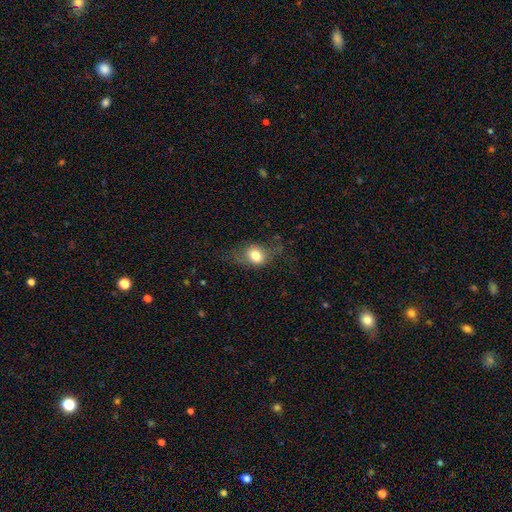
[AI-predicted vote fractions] Overall: smooth (70%). How rounded: in between (60%; round 38%). Merging: none (49%; minor disturbance 27%).